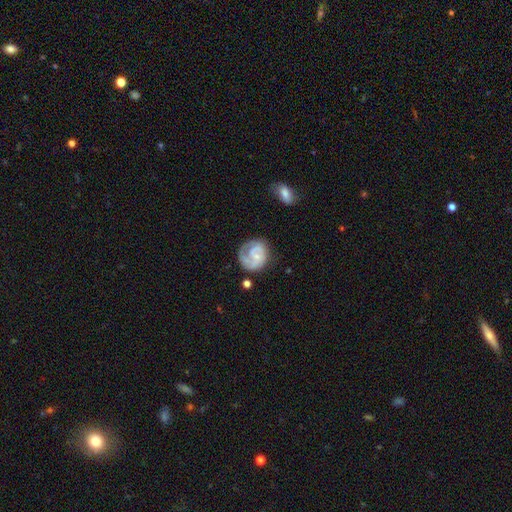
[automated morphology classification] Smooth or featured? Predicted: featured or disk (p=0.71). Edge-on disk? Predicted: no (p=0.98). Bar? Predicted: no (p=0.67). Spiral arms? Predicted: yes (p=0.87). Spiral winding? Predicted: tight (p=0.45). Spiral arm count? Predicted: 2 (p=0.44). Bulge size? Predicted: small (p=0.64). Merging? Predicted: none (p=0.54).